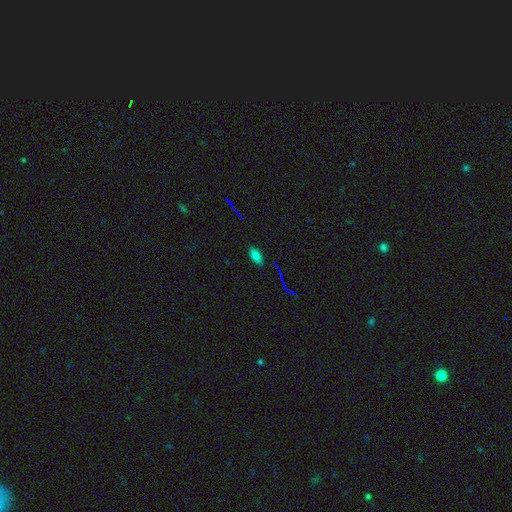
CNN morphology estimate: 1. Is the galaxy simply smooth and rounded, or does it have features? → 73% smooth, 17% star or artifact, 10% featured or disk.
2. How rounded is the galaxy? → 89% in between, 7% cigar-shaped, 4% round.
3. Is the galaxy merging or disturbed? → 86% none, 10% minor disturbance, 2% major disturbance, 1% merger.